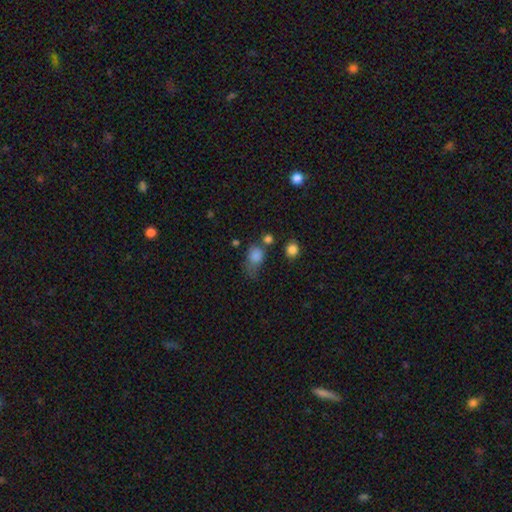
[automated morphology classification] Q: Smooth or featured?
A: smooth (80%); runner-up: star or artifact (12%)
Q: How rounded?
A: in between (50%); runner-up: round (48%)
Q: Merging?
A: none (34%); runner-up: minor disturbance (32%)